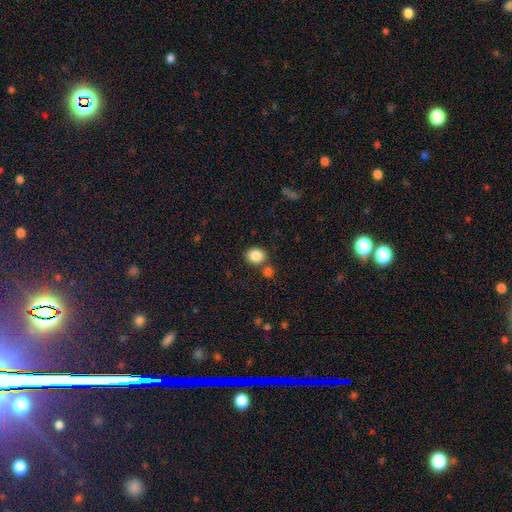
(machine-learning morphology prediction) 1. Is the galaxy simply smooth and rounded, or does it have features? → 86% smooth, 9% star or artifact, 5% featured or disk.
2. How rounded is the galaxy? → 67% round, 32% in between, 1% cigar-shaped.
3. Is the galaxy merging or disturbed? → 71% none, 16% merger, 10% minor disturbance, 3% major disturbance.